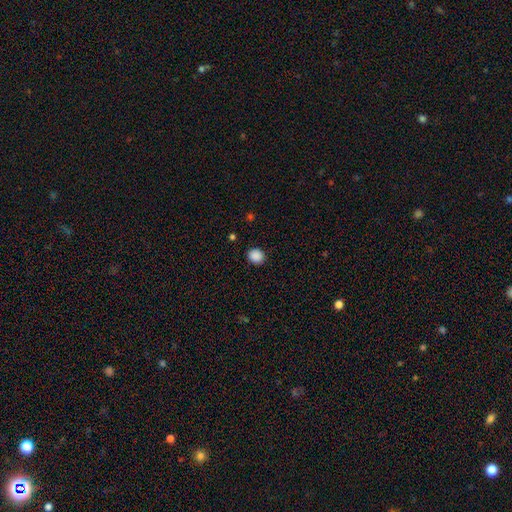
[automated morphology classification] The model was most divided on "how rounded": round: 82%, in between: 17%, cigar-shaped: 1%. More confident: merging — none (91%); smooth or featured — smooth (88%).